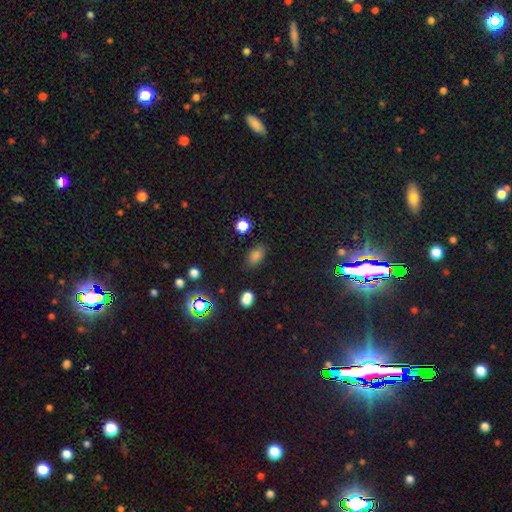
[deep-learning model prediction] The model was most divided on "smooth or featured": smooth: 78%, star or artifact: 16%, featured or disk: 6%. More confident: how rounded — in between (85%); merging — none (83%).